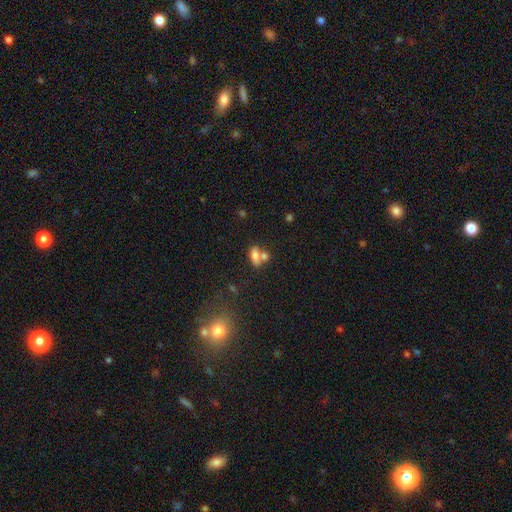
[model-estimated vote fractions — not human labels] The model was most divided on "merging": merger: 45%, none: 40%, minor disturbance: 11%, major disturbance: 5%. More confident: how rounded — in between (77%); smooth or featured — smooth (72%).